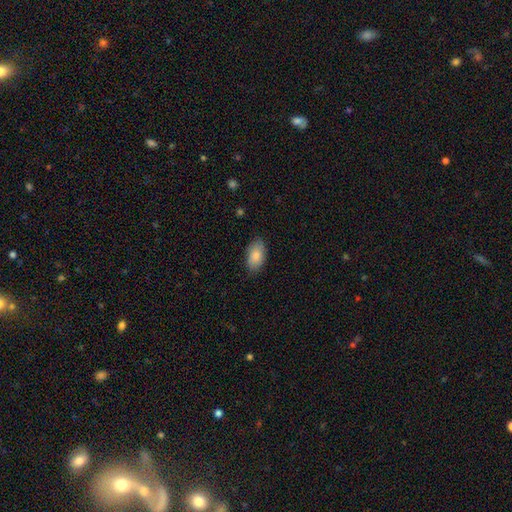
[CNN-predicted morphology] Smooth or featured: smooth — 86% (featured or disk — 8%)
How rounded: in between — 94% (round — 4%)
Merging: none — 83% (minor disturbance — 13%)